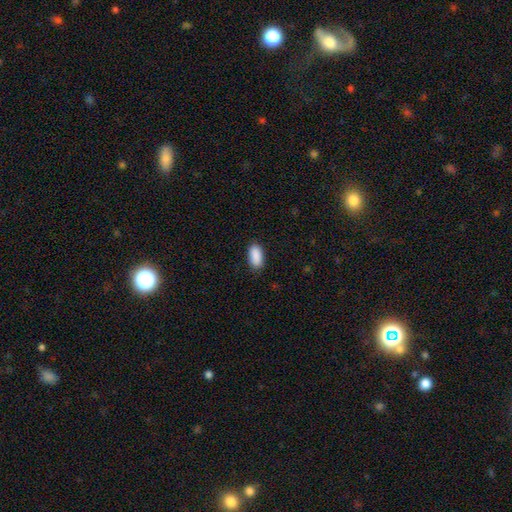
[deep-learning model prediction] Smooth or featured? smooth (91%)
How rounded? in between (92%)
Merging? none (87%)